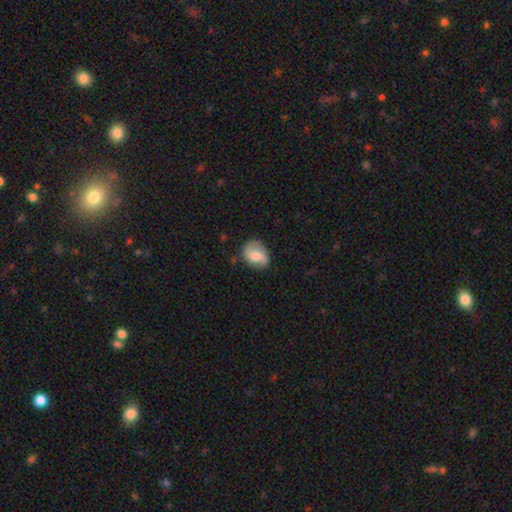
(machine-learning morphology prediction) Smooth or featured: smooth — 60% (featured or disk — 33%)
How rounded: in between — 64% (round — 35%)
Merging: none — 68% (minor disturbance — 24%)